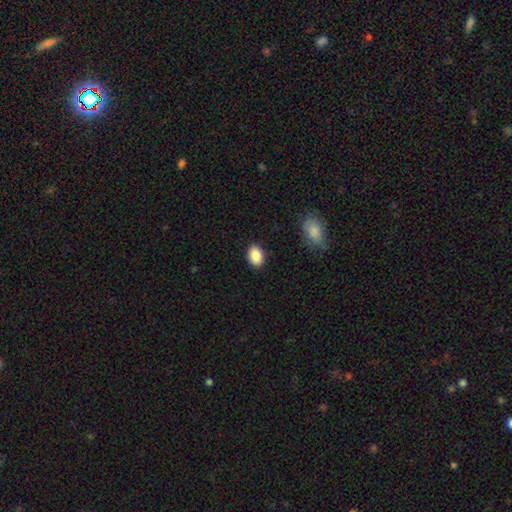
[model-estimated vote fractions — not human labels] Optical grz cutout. It shows a smooth galaxy with no disk features (89%) that is in between round and cigar-shaped (80%). Merging: none (87%).